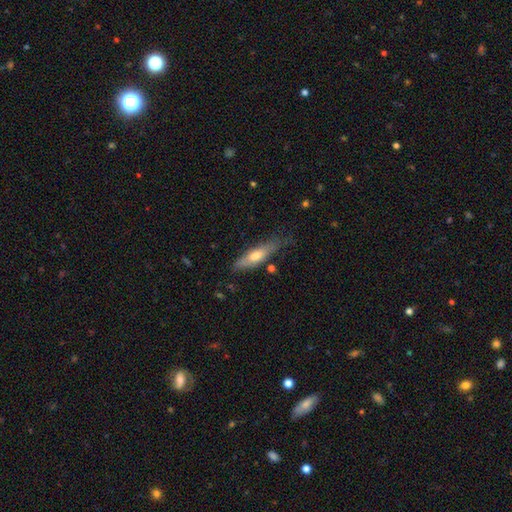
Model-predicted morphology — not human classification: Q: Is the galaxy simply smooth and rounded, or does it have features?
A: smooth — 57%.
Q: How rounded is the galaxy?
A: cigar-shaped — 65%.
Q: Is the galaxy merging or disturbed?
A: none — 67%.